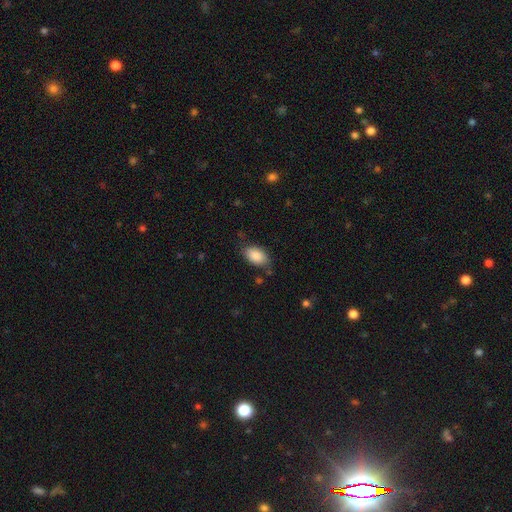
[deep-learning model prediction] Overall: smooth (88%). How rounded: in between (93%). Merging: none (76%).